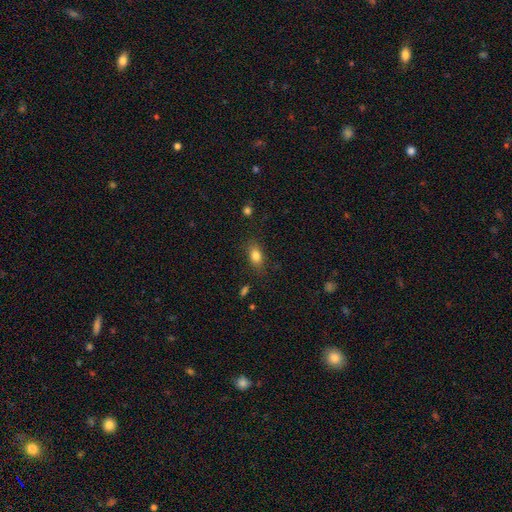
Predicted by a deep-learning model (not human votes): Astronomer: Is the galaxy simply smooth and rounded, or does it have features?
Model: smooth — 82%.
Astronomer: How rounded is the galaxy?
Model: in between — 81%.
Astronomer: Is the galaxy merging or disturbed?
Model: none — 80%.